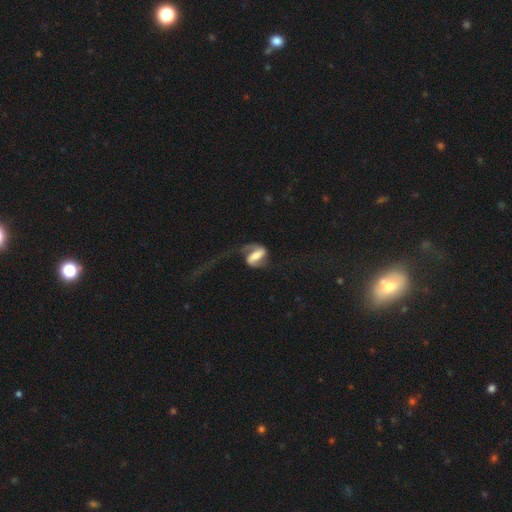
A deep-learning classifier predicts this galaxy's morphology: Overall: featured or disk (77%). Edge-on disk: no (95%). Bar: strong (58%; weak 30%). Spiral arms: yes (90%). Spiral arm count: 2 (79%). Spiral winding: loose (61%; medium 29%). Bulge size: moderate (40%; large 25%). Merging: major disturbance (45%; none 38%).